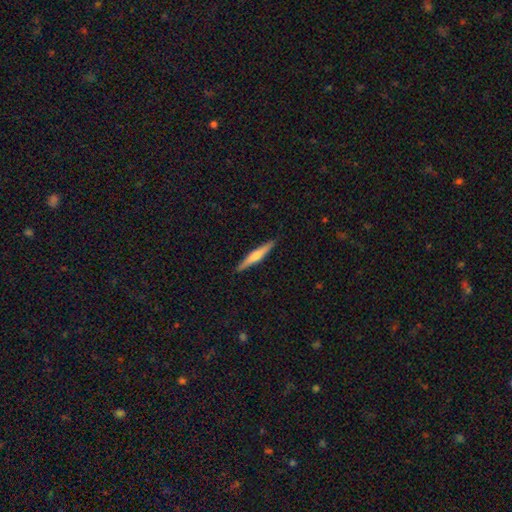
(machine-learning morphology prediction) smooth-or-featured: featured or disk: 48% | smooth: 46% | star or artifact: 5%
  merging: none: 91% | minor disturbance: 7% | major disturbance: 1% | merger: 1%